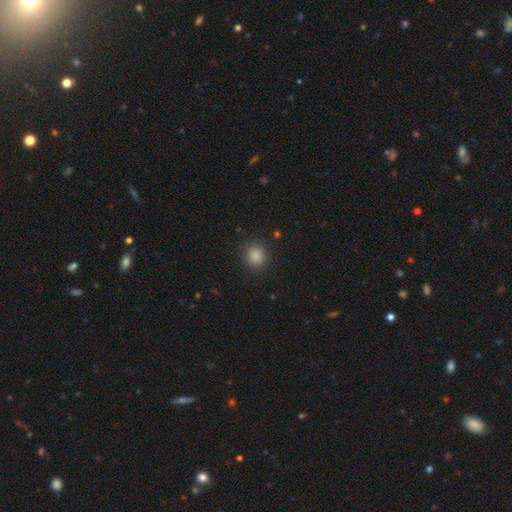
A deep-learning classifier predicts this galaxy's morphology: The model was most divided on "how rounded": round: 83%, in between: 16%, cigar-shaped: 1%. More confident: merging — none (88%); smooth or featured — smooth (86%).